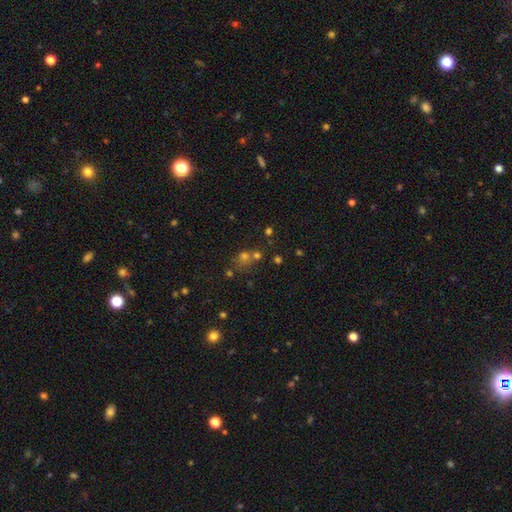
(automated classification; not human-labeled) This appears to be a smooth galaxy with no disk features (44%). Merging: none (56%).